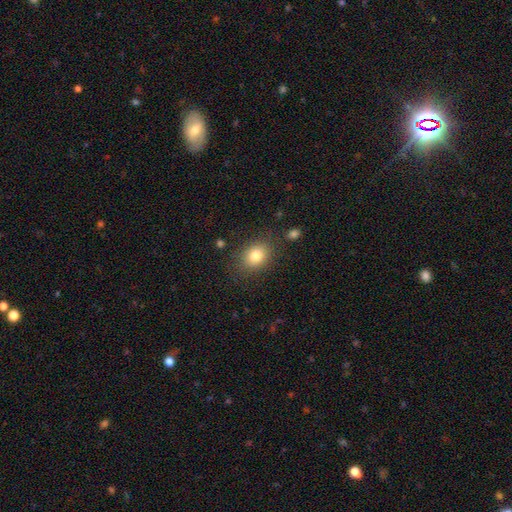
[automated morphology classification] This is clearly a smooth galaxy (81%). How rounded: likely in between (62%). Merging: clearly none (83%).